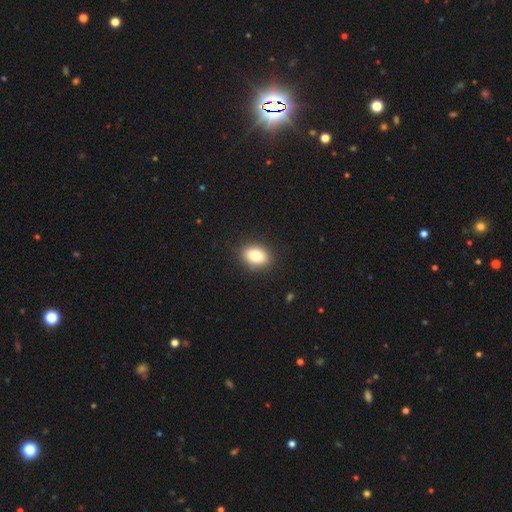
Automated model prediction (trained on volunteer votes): Smooth or featured: smooth — 81% (featured or disk — 10%)
How rounded: in between — 73% (round — 26%)
Merging: none — 89% (minor disturbance — 8%)